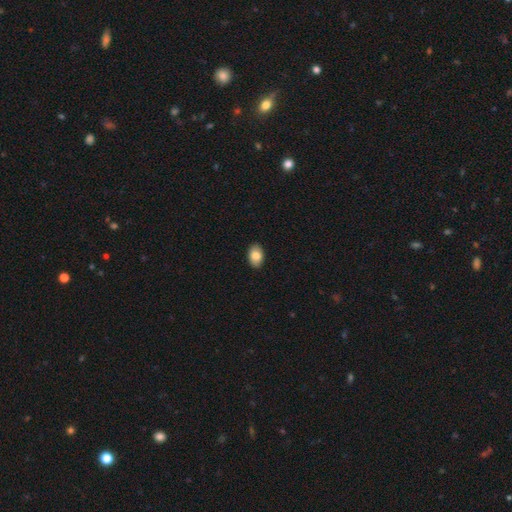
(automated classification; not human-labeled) Smooth or featured: smooth — 83% (featured or disk — 10%)
How rounded: in between — 88% (round — 11%)
Merging: none — 88% (minor disturbance — 10%)